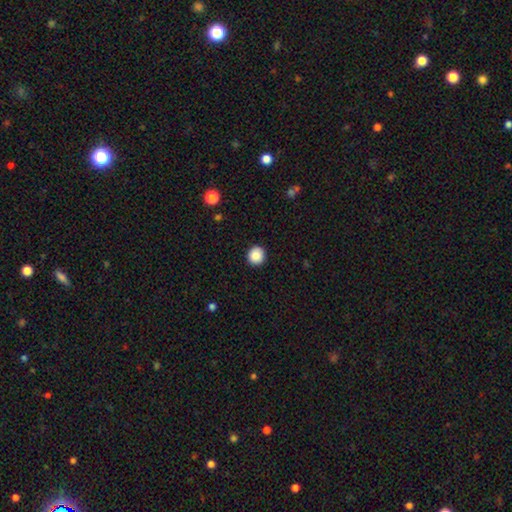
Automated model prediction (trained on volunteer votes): Morphology: type=smooth (86%); roundness=round (92%); merging=none (93%).